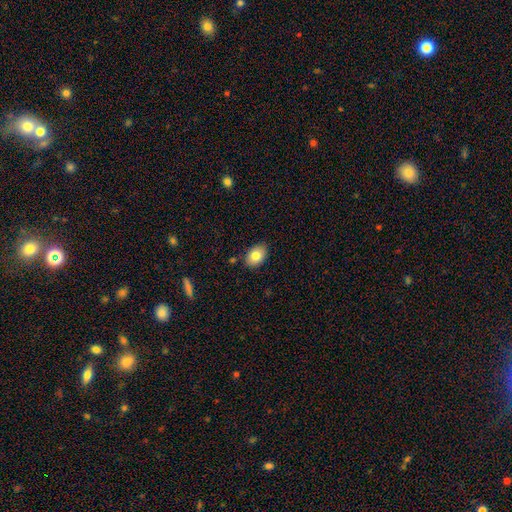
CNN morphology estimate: smooth 80%, featured or disk 12%, star or artifact 8%. Down the decision tree: how rounded — in between (85%); merging — none (84%).